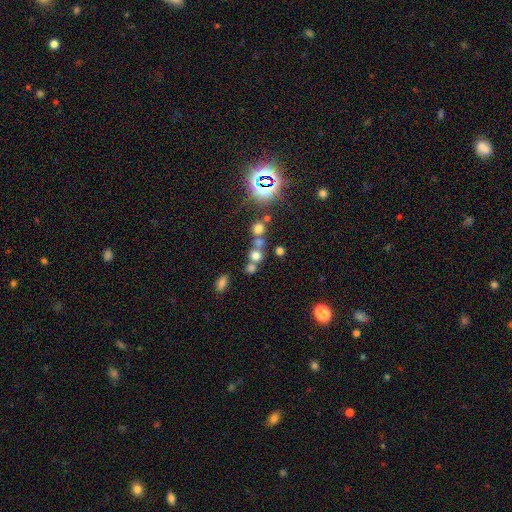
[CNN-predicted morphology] A smooth galaxy with no disk features (62%) that is round (82%).

Vote fractions:
- Smooth or featured? smooth: 62% / star or artifact: 25% / featured or disk: 13%
- How rounded? round: 82% / in between: 16% / cigar-shaped: 2%
- Merging? none: 48% / merger: 40% / minor disturbance: 8% / major disturbance: 4%